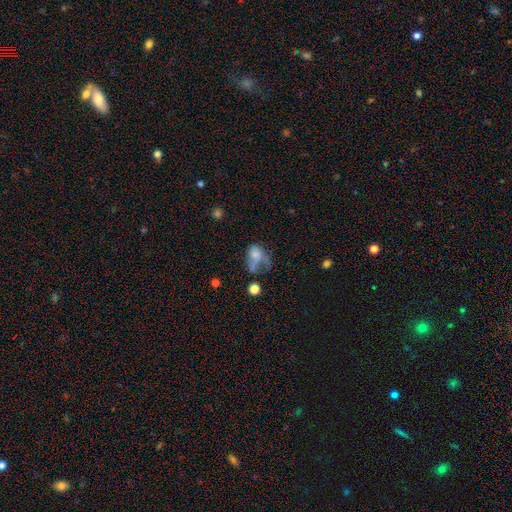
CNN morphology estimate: This appears to be a smooth galaxy with no disk features (55%) that is in between round and cigar-shaped (71%). Merging: major disturbance (51%).